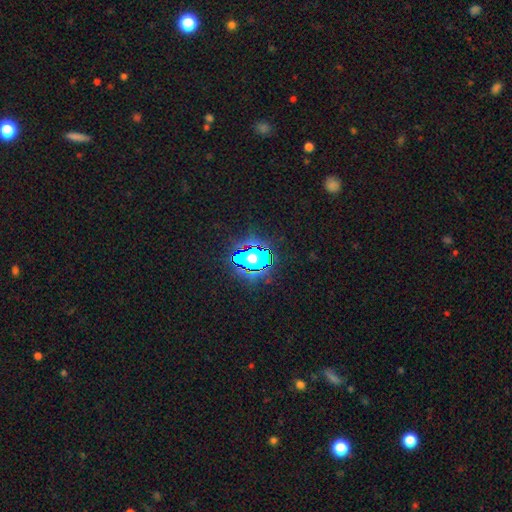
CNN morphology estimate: Smooth or featured: star or artifact — 53% (smooth — 34%)